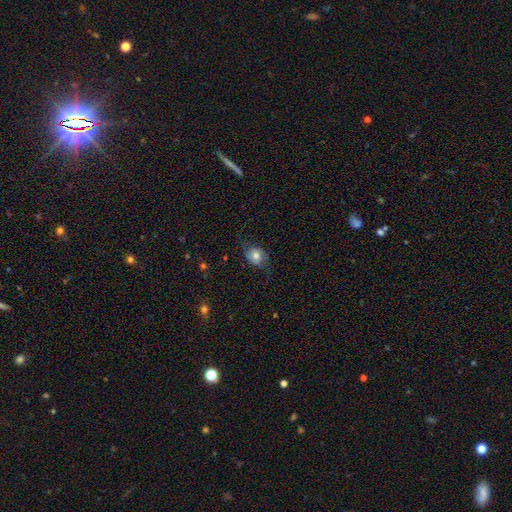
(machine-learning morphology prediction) This is likely a smooth galaxy (65%). How rounded: possibly in between (57%). Merging: likely none (64%).